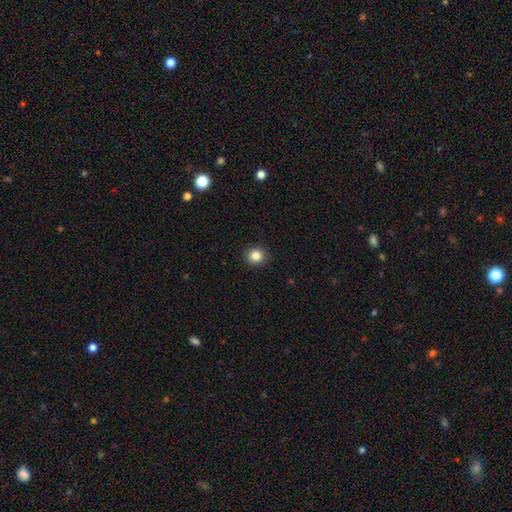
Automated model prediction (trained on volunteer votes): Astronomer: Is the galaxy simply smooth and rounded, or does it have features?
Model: smooth — 85%.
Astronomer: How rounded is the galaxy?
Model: round — 88%.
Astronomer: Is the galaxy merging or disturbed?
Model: none — 91%.